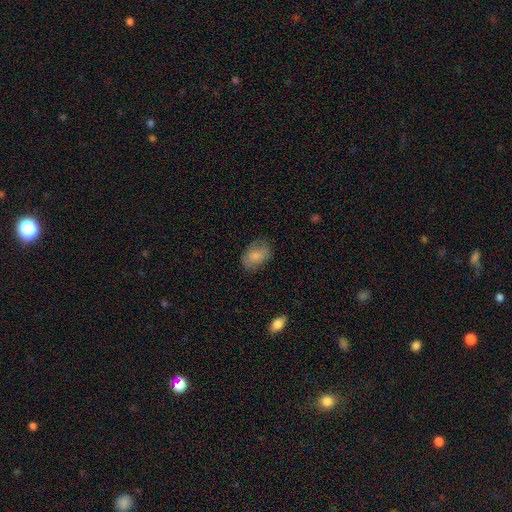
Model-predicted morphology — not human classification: Smooth or featured?
  - smooth: 78% *
  - featured or disk: 14%
  - star or artifact: 8%
How rounded?
  - in between: 83% *
  - round: 15%
  - cigar-shaped: 1%
Merging?
  - none: 71% *
  - minor disturbance: 21%
  - major disturbance: 7%
  - merger: 1%